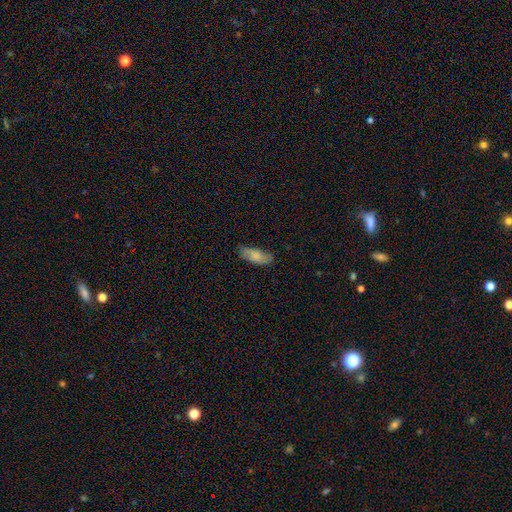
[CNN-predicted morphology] Smooth or featured? Predicted: smooth (p=0.76). How rounded? Predicted: in between (p=0.81). Merging? Predicted: none (p=0.74).